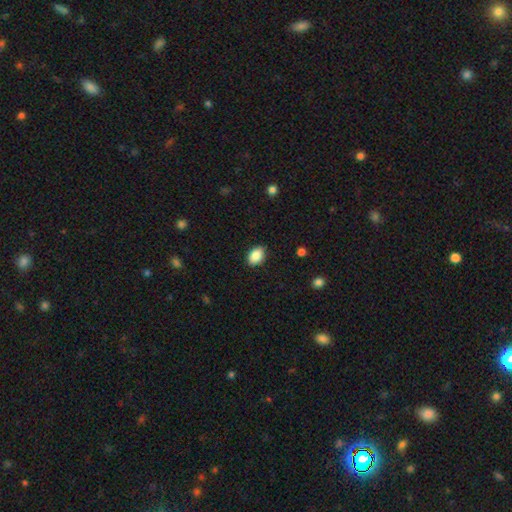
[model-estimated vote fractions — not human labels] A smooth galaxy with no disk features (88%) that is in between round and cigar-shaped (84%).

Vote fractions:
- Smooth or featured? smooth: 88% / star or artifact: 8% / featured or disk: 4%
- How rounded? in between: 84% / round: 15% / cigar-shaped: 1%
- Merging? none: 86% / minor disturbance: 11% / major disturbance: 2% / merger: 1%